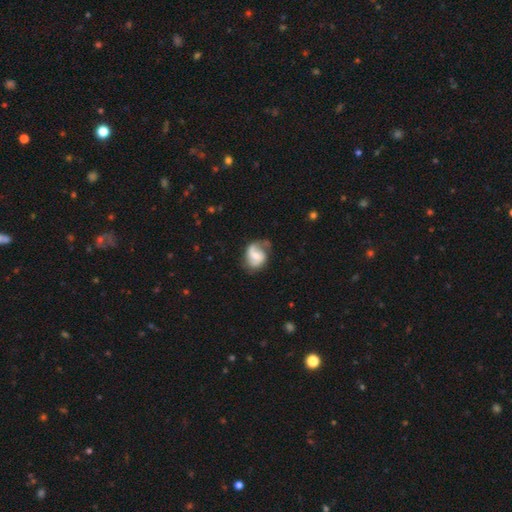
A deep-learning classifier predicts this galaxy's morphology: A featured or disk galaxy (74%) with a weak bar (45%), 2 (72%) medium (45%) spiral arms (92%) and a moderate central bulge (49%).

Vote fractions:
- Smooth or featured? featured or disk: 74% / smooth: 21% / star or artifact: 6%
- Edge-on disk? no: 98% / yes: 2%
- Bar? weak: 45% / no: 41% / strong: 14%
- Spiral arms? yes: 92% / no: 8%
- Spiral winding? medium: 45% / loose: 33% / tight: 22%
- Spiral arm count? 2: 72% / 1: 18% / can't tell: 7% / 3: 2% / 4: 1% / more than 4: 1%
- Bulge size? moderate: 49% / small: 41% / none: 5% / large: 4% / dominant: 1%
- Merging? none: 56% / minor disturbance: 27% / major disturbance: 15% / merger: 2%